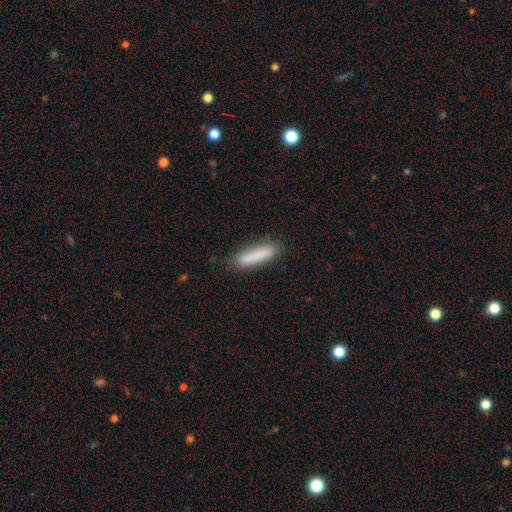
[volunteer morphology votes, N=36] Smooth or featured? 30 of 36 (83%) said smooth. How rounded? 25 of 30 (83%) said cigar-shaped. Merging? 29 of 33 (88%) said none.